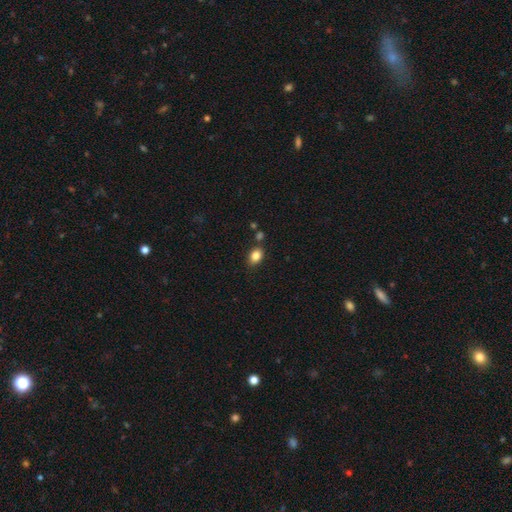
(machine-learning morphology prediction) Smooth or featured?
  - smooth: 84% *
  - star or artifact: 10%
  - featured or disk: 6%
How rounded?
  - in between: 76% *
  - round: 23%
  - cigar-shaped: 1%
Merging?
  - none: 78% *
  - minor disturbance: 12%
  - merger: 7%
  - major disturbance: 3%